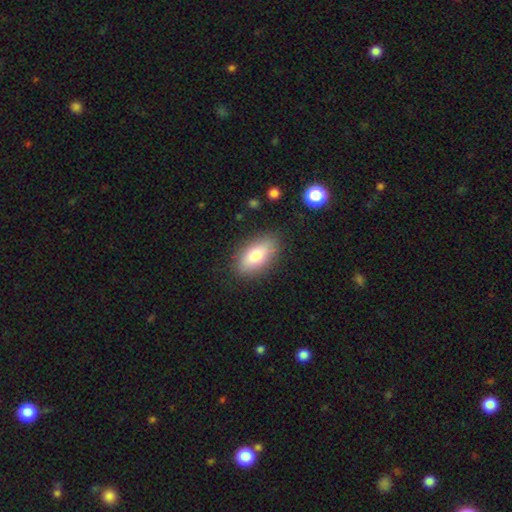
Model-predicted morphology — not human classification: smooth_or_featured: smooth (p=0.75) [alt: featured or disk p=0.17]
how_rounded: in between (p=0.87) [alt: cigar-shaped p=0.09]
merging: none (p=0.83) [alt: minor disturbance p=0.12]